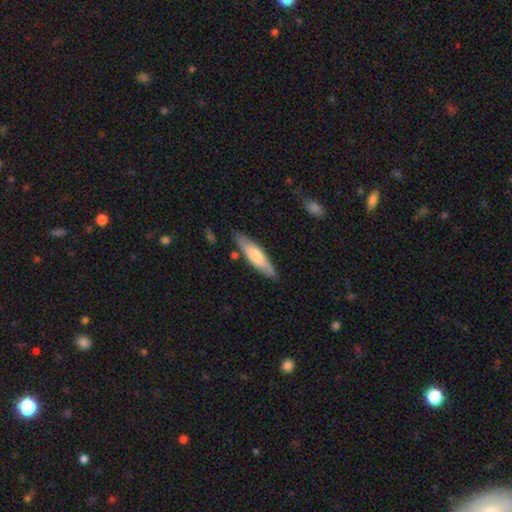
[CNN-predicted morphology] Q: Smooth or featured?
A: smooth (63%); runner-up: featured or disk (32%)
Q: How rounded?
A: cigar-shaped (64%); runner-up: in between (34%)
Q: Merging?
A: none (82%); runner-up: minor disturbance (13%)